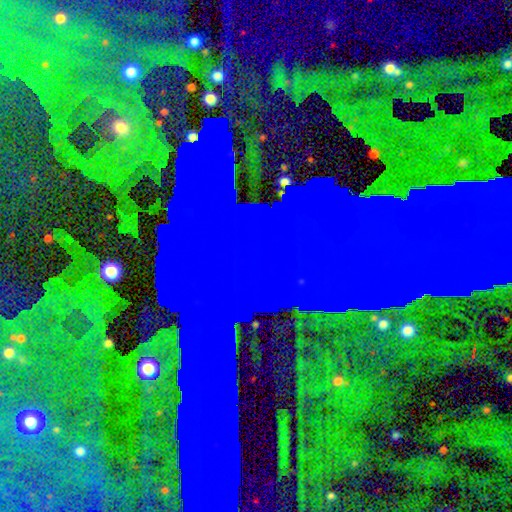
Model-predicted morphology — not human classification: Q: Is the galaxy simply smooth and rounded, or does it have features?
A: star or artifact — 85%.